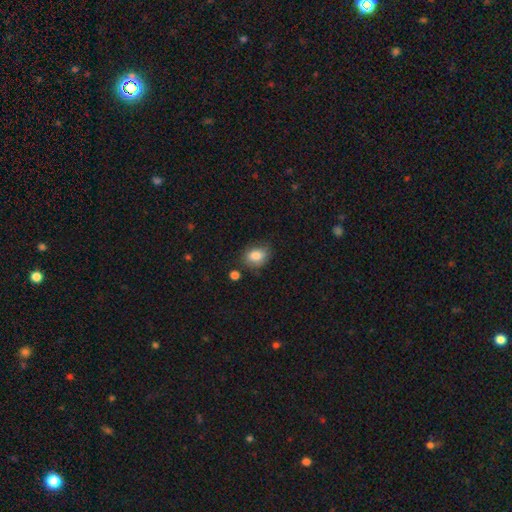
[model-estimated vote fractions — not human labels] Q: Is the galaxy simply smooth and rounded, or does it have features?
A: smooth — 84%.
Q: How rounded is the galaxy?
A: in between — 71%.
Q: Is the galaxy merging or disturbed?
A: none — 71%.